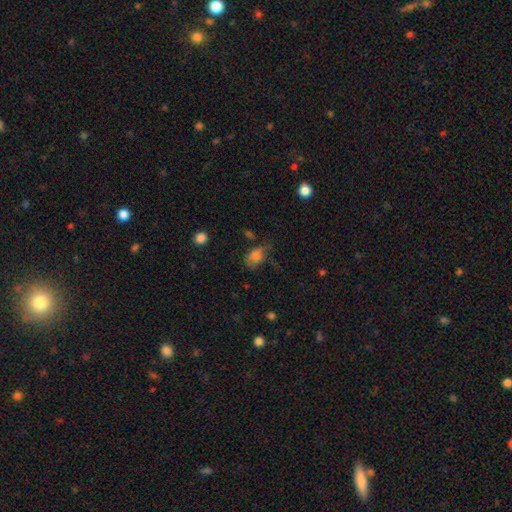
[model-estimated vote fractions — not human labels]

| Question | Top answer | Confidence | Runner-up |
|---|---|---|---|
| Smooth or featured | smooth | 76% | featured or disk (12%) |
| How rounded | in between | 79% | round (20%) |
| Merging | none | 39% | minor disturbance (34%) |